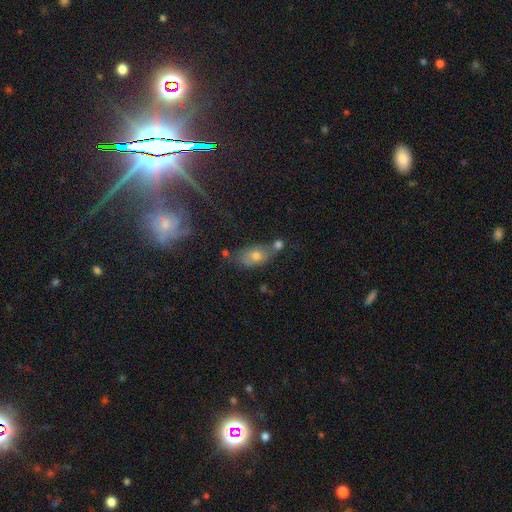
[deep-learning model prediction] Overall: smooth (63%). How rounded: in between (82%). Merging: none (45%; merger 27%).